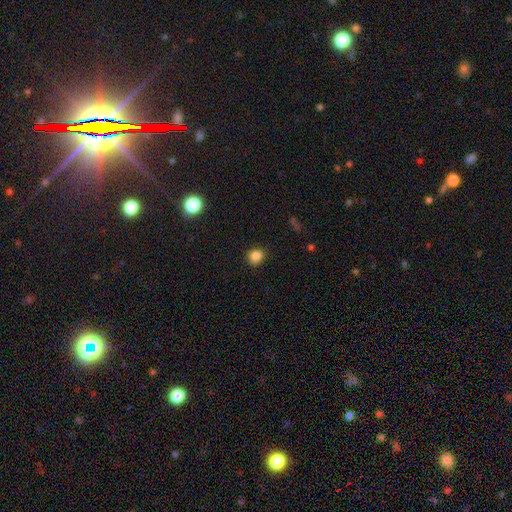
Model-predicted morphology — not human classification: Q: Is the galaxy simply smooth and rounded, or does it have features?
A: smooth — 83%.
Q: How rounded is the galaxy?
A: round — 78%.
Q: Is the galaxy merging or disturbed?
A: none — 82%.